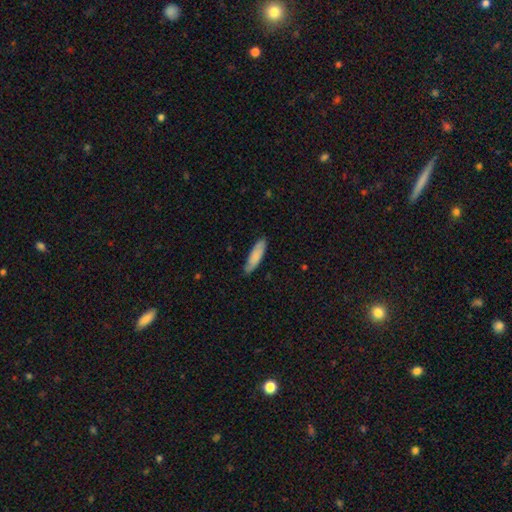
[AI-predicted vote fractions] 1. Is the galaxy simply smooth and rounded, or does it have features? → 83% smooth, 12% featured or disk, 5% star or artifact.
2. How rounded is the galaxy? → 58% cigar-shaped, 40% in between, 1% round.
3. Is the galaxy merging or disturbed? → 79% none, 17% minor disturbance, 2% major disturbance, 1% merger.